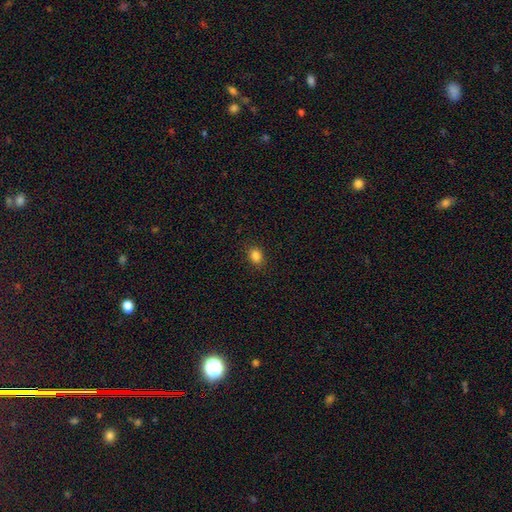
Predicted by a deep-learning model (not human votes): smooth_or_featured: smooth (p=0.85) [alt: star or artifact p=0.12]
how_rounded: in between (p=0.54) [alt: round p=0.45]
merging: none (p=0.89) [alt: minor disturbance p=0.08]